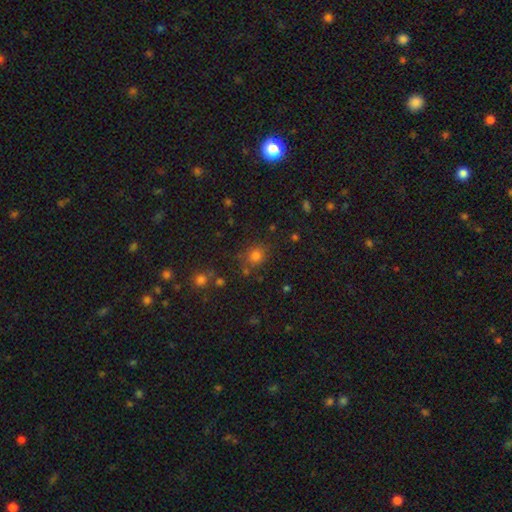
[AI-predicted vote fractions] This appears to be a smooth galaxy with no disk features (76%) that is round (78%). Merging: none (73%).